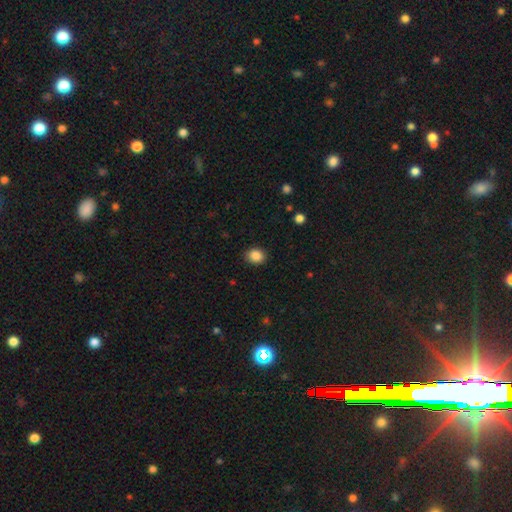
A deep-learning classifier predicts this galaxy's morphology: Smooth or featured? Predicted: smooth (p=0.87). How rounded? Predicted: round (p=0.54). Merging? Predicted: none (p=0.87).